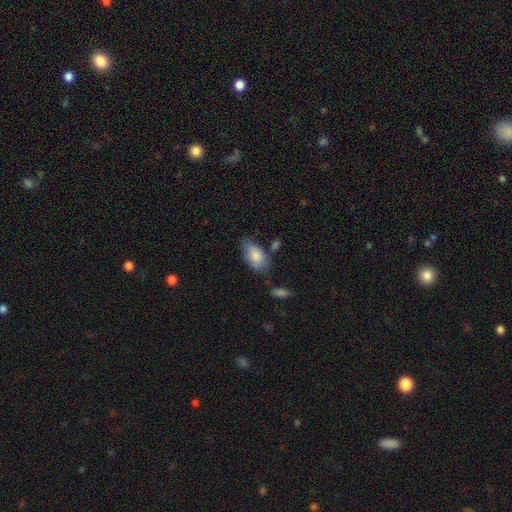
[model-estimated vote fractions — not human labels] The model was most divided on "merging": none: 63%, minor disturbance: 24%, major disturbance: 7%, merger: 6%. More confident: how rounded — in between (93%); smooth or featured — smooth (84%).